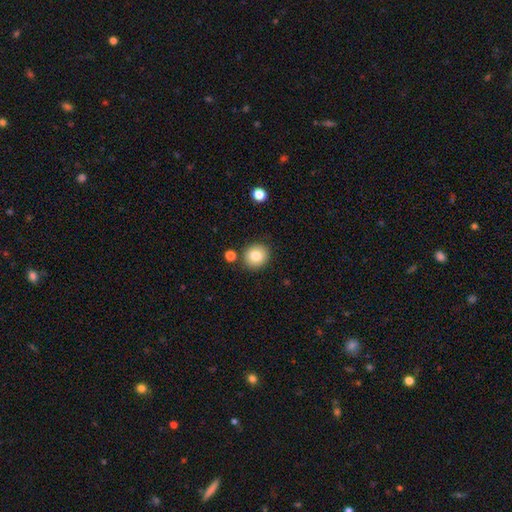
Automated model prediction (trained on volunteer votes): smooth 82%, star or artifact 9%, featured or disk 9%. Down the decision tree: how rounded — round (82%); merging — none (84%).